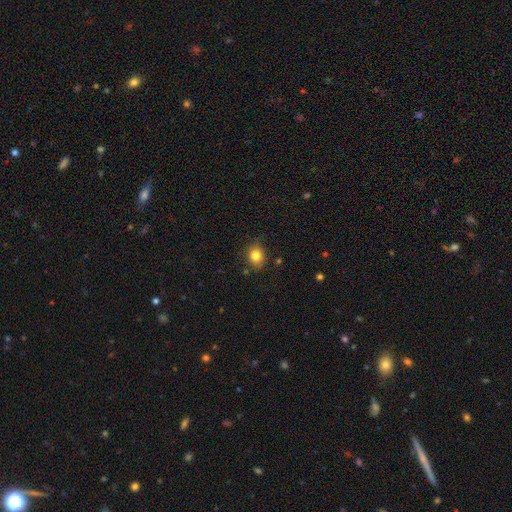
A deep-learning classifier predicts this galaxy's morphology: Smooth or featured? smooth (82%)
How rounded? round (67%)
Merging? none (81%)